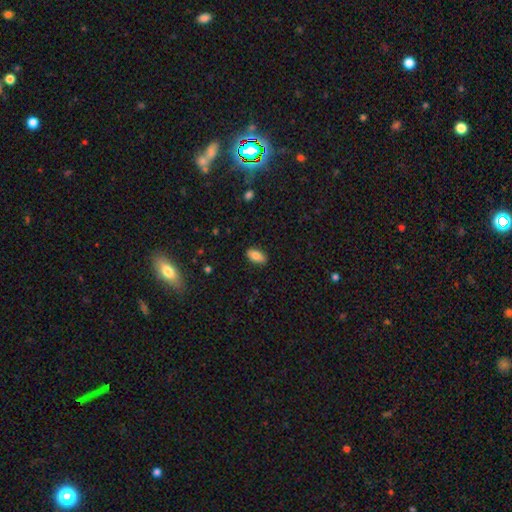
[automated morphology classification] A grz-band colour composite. It shows a smooth galaxy with no disk features (83%) that is in between round and cigar-shaped (90%). Merging: none (88%).